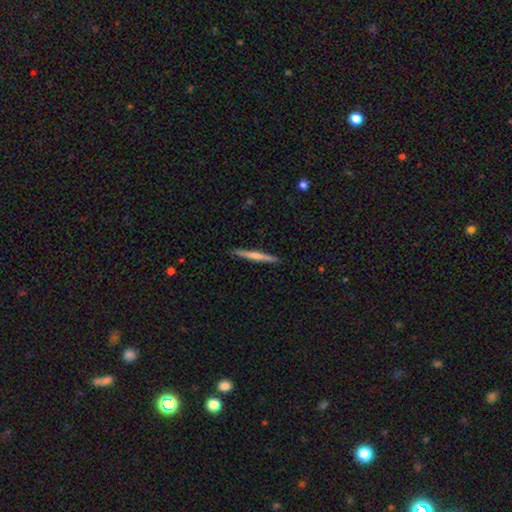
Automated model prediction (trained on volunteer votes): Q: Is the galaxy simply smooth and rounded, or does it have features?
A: smooth — 53%.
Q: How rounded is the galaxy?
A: cigar-shaped — 96%.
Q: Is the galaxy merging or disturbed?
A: none — 91%.